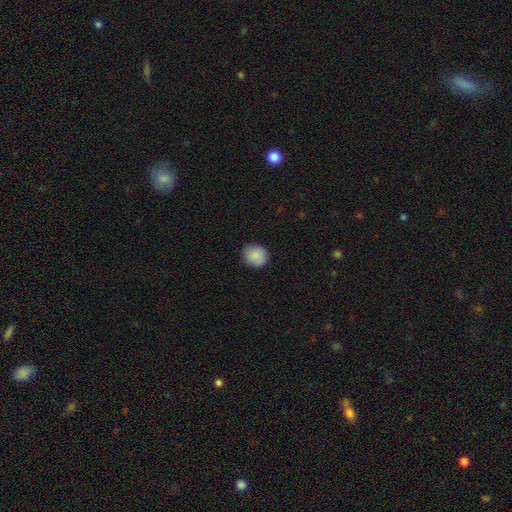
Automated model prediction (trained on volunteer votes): Smooth or featured?
  - smooth: 88% *
  - star or artifact: 8%
  - featured or disk: 4%
How rounded?
  - round: 83% *
  - in between: 16%
  - cigar-shaped: 1%
Merging?
  - none: 87% *
  - minor disturbance: 9%
  - major disturbance: 2%
  - merger: 1%